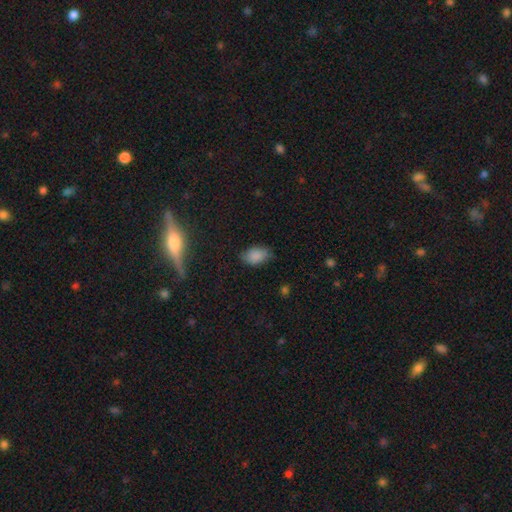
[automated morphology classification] type=smooth (85%); roundness=in between (89%); merging=none (73%).